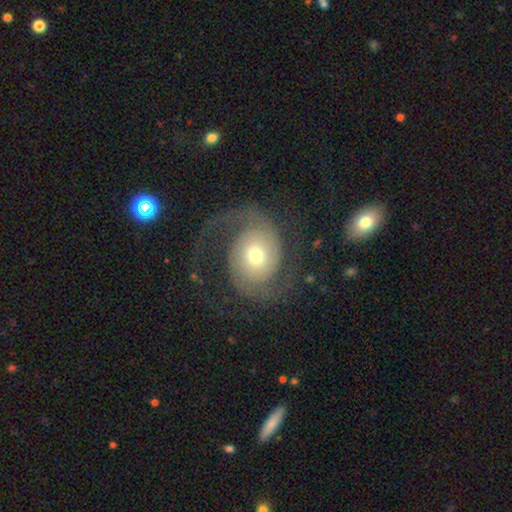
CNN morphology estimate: Smooth or featured: featured or disk — 85% (smooth — 9%)
Edge-on disk: no — 98% (yes — 2%)
Bar: no — 72% (weak — 21%)
Spiral arms: yes — 97% (no — 3%)
Spiral winding: medium — 44% (tight — 29%)
Spiral arm count: 2 — 89% (1 — 4%)
Bulge size: moderate — 52% (small — 38%)
Merging: none — 67% (major disturbance — 19%)